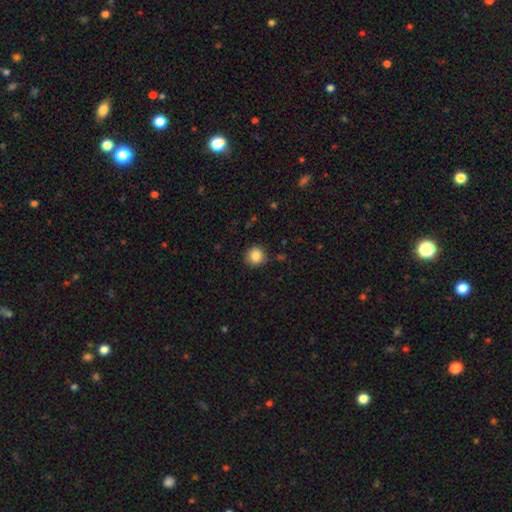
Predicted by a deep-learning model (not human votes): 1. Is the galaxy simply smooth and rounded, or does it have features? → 86% smooth, 10% star or artifact, 5% featured or disk.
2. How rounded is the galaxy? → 93% round, 7% in between, 1% cigar-shaped.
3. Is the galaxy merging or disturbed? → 88% none, 8% minor disturbance, 2% major disturbance, 1% merger.